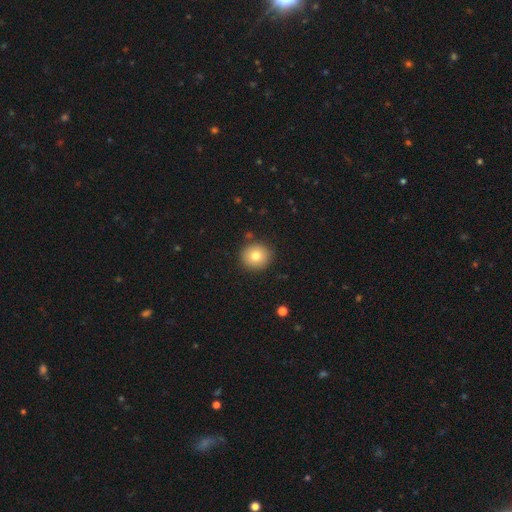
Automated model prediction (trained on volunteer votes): Smooth or featured? smooth (77%)
How rounded? round (91%)
Merging? none (89%)